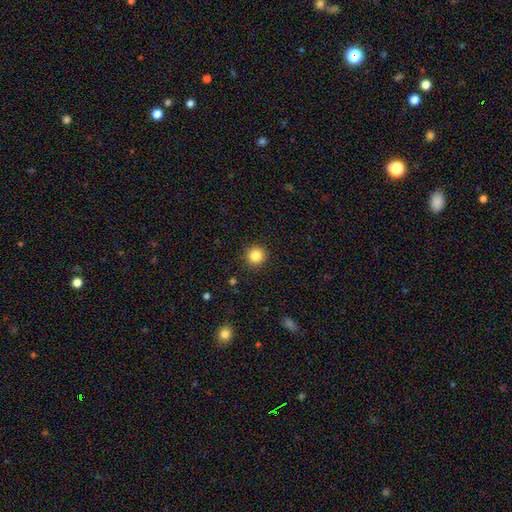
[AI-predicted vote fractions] Smooth or featured: smooth — 84% (star or artifact — 11%)
How rounded: round — 94% (in between — 5%)
Merging: none — 91% (minor disturbance — 6%)